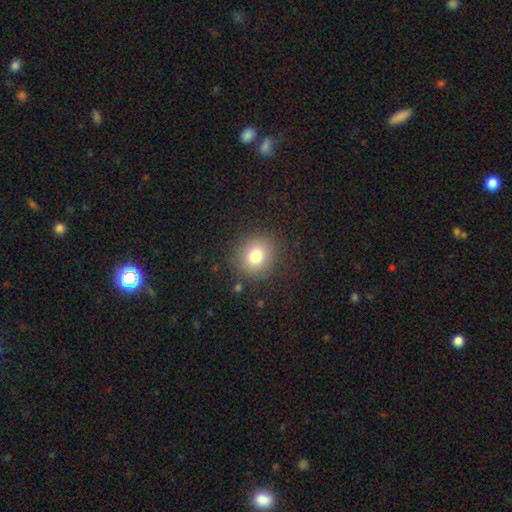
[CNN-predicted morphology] Smooth or featured: smooth — 78% (star or artifact — 13%)
How rounded: round — 86% (in between — 13%)
Merging: none — 87% (minor disturbance — 8%)